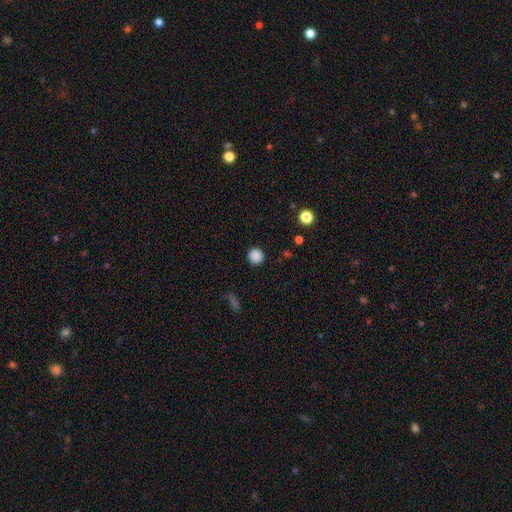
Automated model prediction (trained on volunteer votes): Morphology: type=smooth (86%); roundness=round (93%); merging=none (90%).